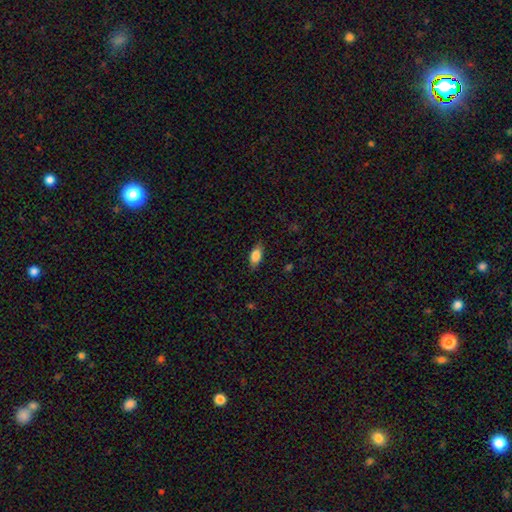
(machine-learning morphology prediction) Smooth or featured: smooth — 83% (featured or disk — 9%)
How rounded: in between — 87% (cigar-shaped — 9%)
Merging: none — 84% (minor disturbance — 12%)